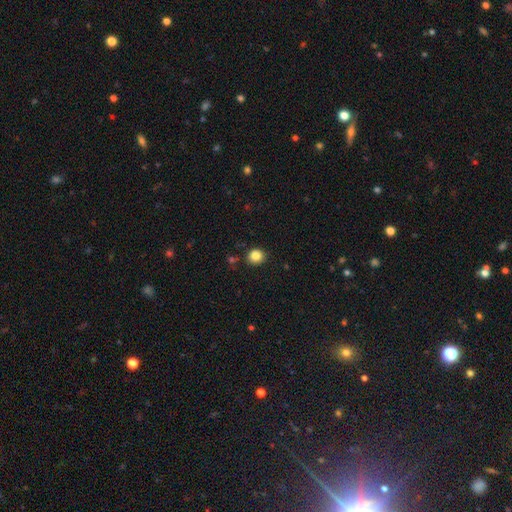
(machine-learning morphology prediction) Q: Smooth or featured?
A: smooth (85%); runner-up: star or artifact (11%)
Q: How rounded?
A: round (84%); runner-up: in between (15%)
Q: Merging?
A: none (87%); runner-up: minor disturbance (8%)